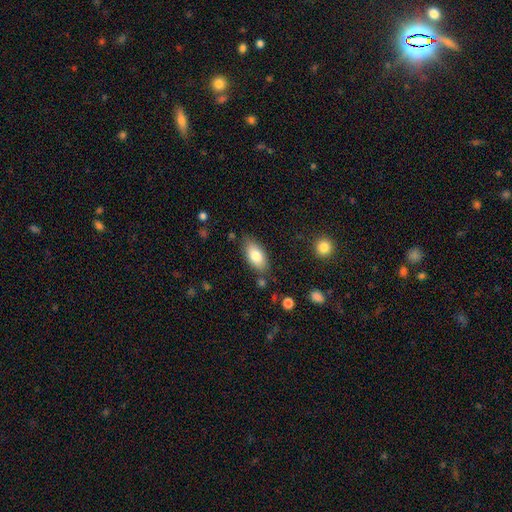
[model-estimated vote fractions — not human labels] Morphology: type=smooth (81%); roundness=in between (91%); merging=none (79%).